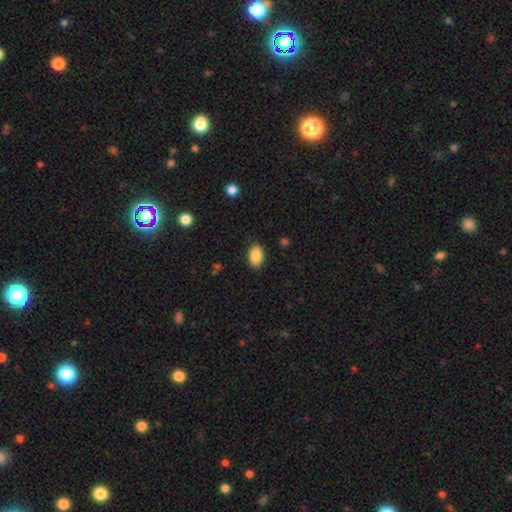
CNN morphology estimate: smooth 89%, star or artifact 7%, featured or disk 4%. Down the decision tree: how rounded — in between (88%); merging — none (86%).